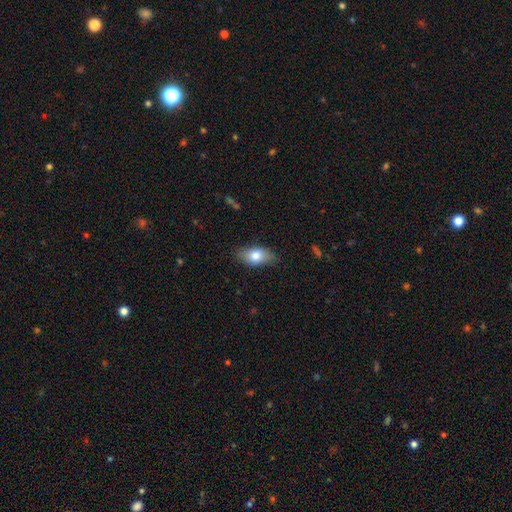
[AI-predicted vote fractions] Smooth or featured?
  - smooth: 77% *
  - featured or disk: 16%
  - star or artifact: 7%
How rounded?
  - in between: 88% *
  - round: 7%
  - cigar-shaped: 5%
Merging?
  - none: 80% *
  - minor disturbance: 16%
  - major disturbance: 3%
  - merger: 1%